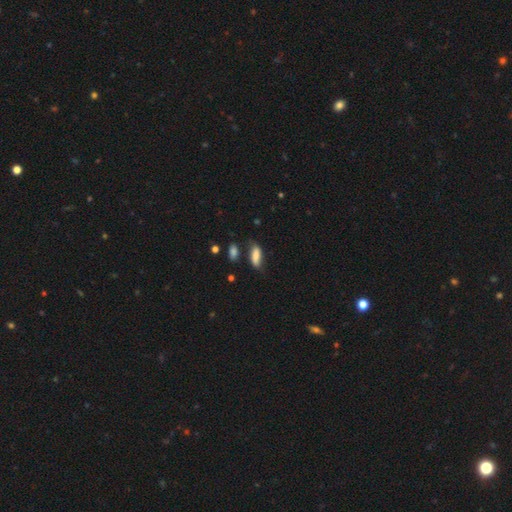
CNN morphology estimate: This appears to be a smooth galaxy with no disk features (80%) that is in between round and cigar-shaped (69%). Merging: none (59%).